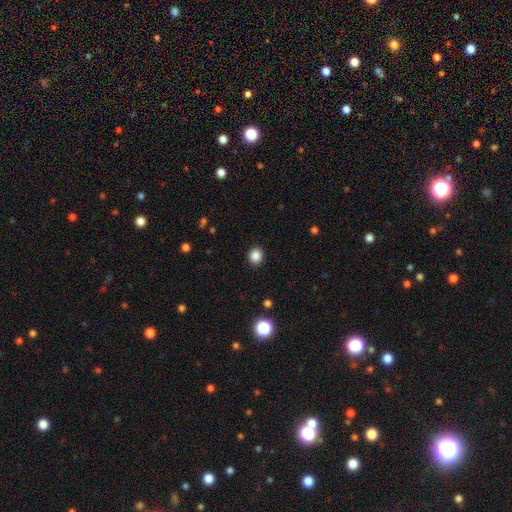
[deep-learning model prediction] smooth 86%, star or artifact 11%, featured or disk 3%. Down the decision tree: how rounded — round (80%); merging — none (91%).